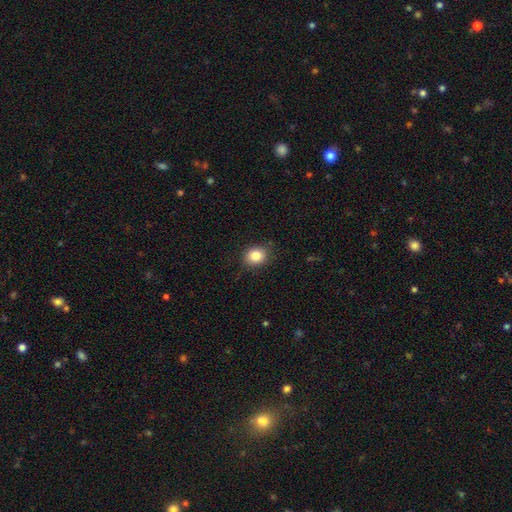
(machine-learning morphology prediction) A smooth galaxy with no disk features (84%) that is round (64%).

Vote fractions:
- Smooth or featured? smooth: 84% / star or artifact: 10% / featured or disk: 6%
- How rounded? round: 64% / in between: 35% / cigar-shaped: 1%
- Merging? none: 85% / minor disturbance: 12% / major disturbance: 3% / merger: 1%